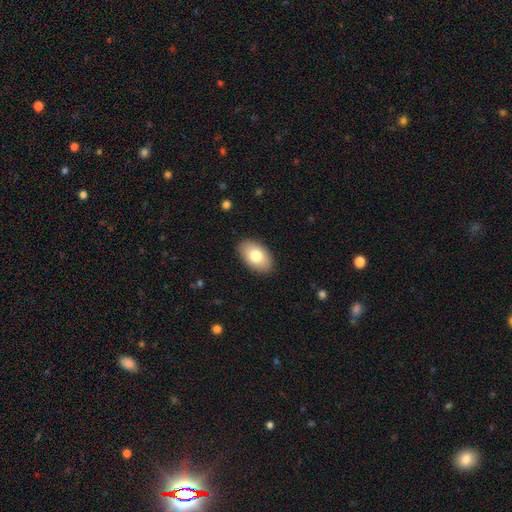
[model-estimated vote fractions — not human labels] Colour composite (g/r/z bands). It shows a smooth galaxy with no disk features (78%) that is in between round and cigar-shaped (94%). Merging: none (88%).